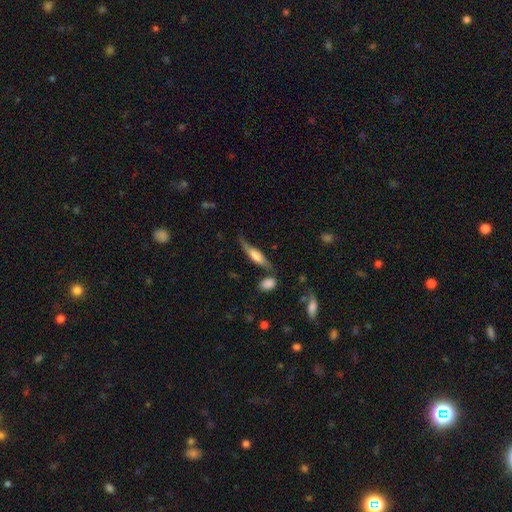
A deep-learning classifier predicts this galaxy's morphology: The model was most divided on "smooth or featured": featured or disk: 50%, smooth: 43%, star or artifact: 7%. More confident: merging — none (54%).